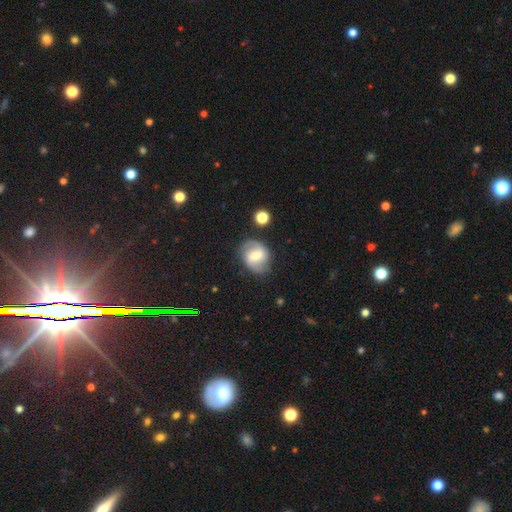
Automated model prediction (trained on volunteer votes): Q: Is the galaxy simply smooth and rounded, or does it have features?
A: featured or disk — 73%.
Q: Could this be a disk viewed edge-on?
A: no — 97%.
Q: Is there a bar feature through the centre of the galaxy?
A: weak — 48%.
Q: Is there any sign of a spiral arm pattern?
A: yes — 91%.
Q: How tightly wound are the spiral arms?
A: medium — 49%.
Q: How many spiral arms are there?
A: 2 — 89%.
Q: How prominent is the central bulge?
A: moderate — 51%.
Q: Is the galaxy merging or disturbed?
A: none — 78%.